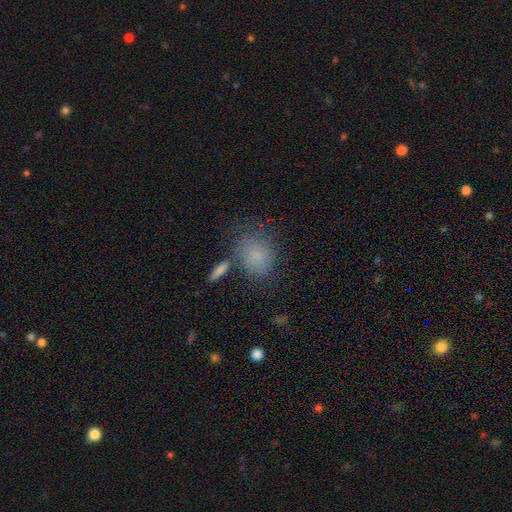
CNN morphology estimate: A smooth galaxy with no disk features (77%) that is in between round and cigar-shaped (49%, tied with round).

Vote fractions:
- Smooth or featured? smooth: 77% / star or artifact: 12% / featured or disk: 11%
- How rounded? in between: 49% (tied) / round: 49% (tied) / cigar-shaped: 1%
- Merging? none: 61% / minor disturbance: 19% / merger: 12% / major disturbance: 9%